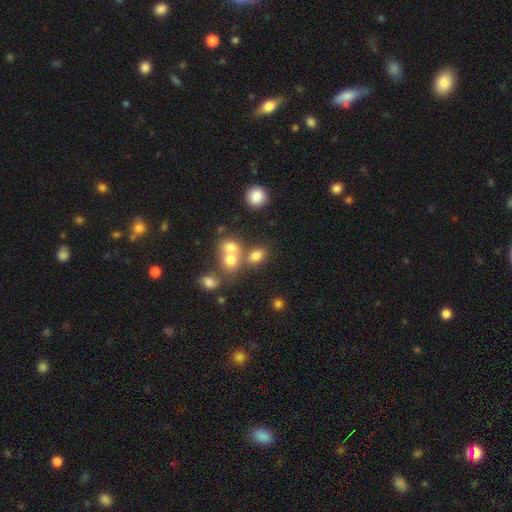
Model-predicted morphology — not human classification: Q: Smooth or featured?
A: smooth (75%); runner-up: star or artifact (14%)
Q: How rounded?
A: in between (63%); runner-up: round (36%)
Q: Merging?
A: none (53%); runner-up: merger (32%)